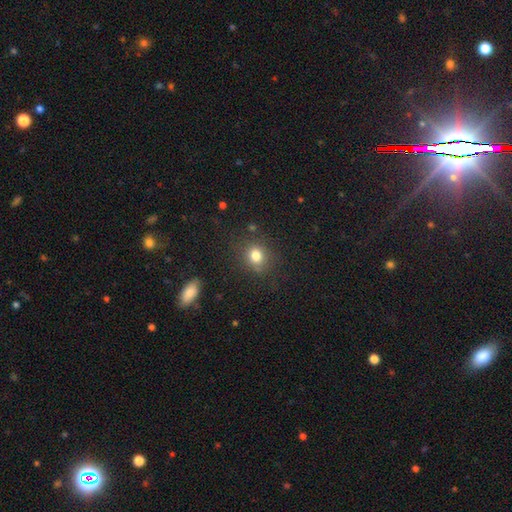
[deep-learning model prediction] A smooth galaxy with no disk features (80%) that is round (71%).

Vote fractions:
- Smooth or featured? smooth: 80% / star or artifact: 13% / featured or disk: 7%
- How rounded? round: 71% / in between: 28% / cigar-shaped: 1%
- Merging? none: 80% / minor disturbance: 12% / major disturbance: 5% / merger: 3%